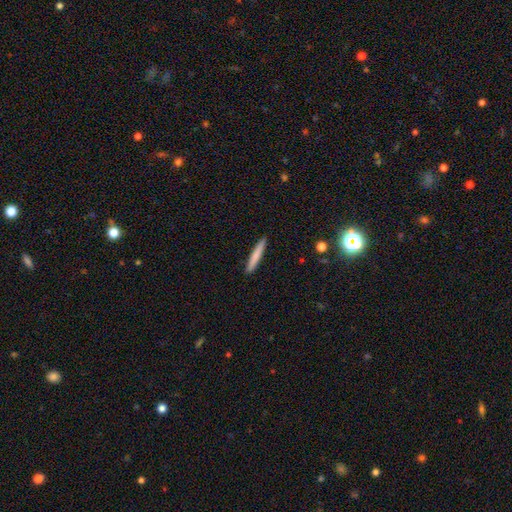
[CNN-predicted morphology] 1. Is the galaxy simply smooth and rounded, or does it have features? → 79% smooth, 16% featured or disk, 5% star or artifact.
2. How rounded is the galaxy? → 95% cigar-shaped, 3% in between, 1% round.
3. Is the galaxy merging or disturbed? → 92% none, 6% minor disturbance, 1% major disturbance, 1% merger.